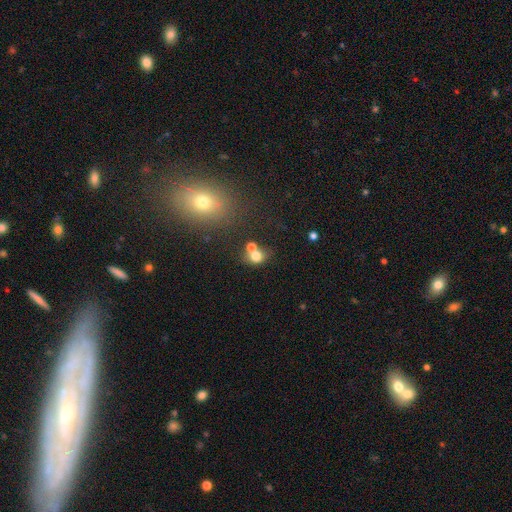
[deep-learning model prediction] smooth_or_featured: smooth (p=0.74) [alt: star or artifact p=0.14]
how_rounded: round (p=0.69) [alt: in between p=0.30]
merging: none (p=0.44) [alt: merger p=0.41]